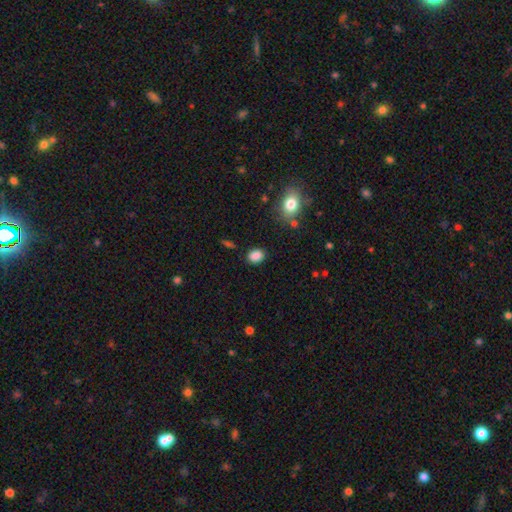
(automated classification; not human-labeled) Smooth or featured? smooth (87%)
How rounded? in between (59%)
Merging? none (85%)